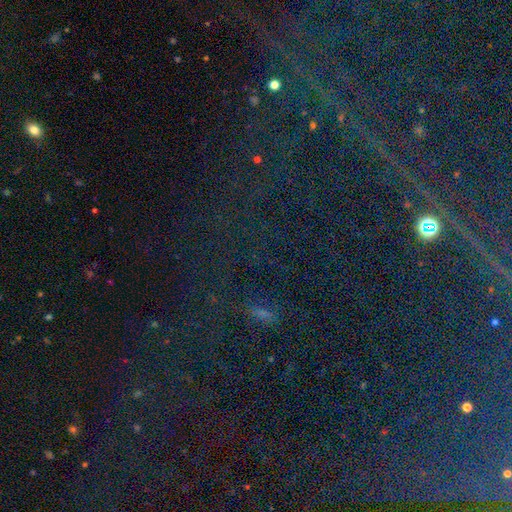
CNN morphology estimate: Overall: star or artifact (79%).